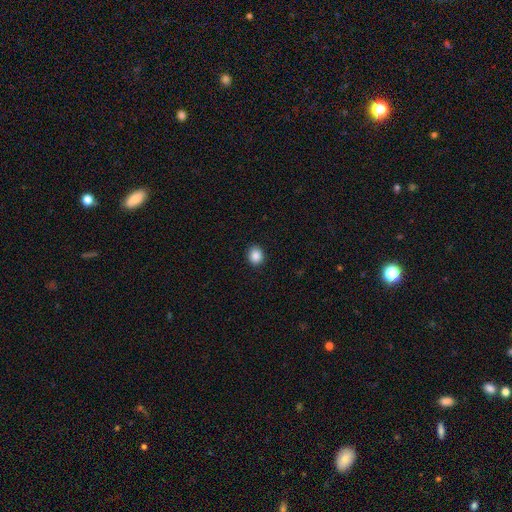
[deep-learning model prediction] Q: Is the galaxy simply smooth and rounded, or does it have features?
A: smooth — 88%.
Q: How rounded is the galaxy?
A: round — 76%.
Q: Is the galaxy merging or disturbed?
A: none — 91%.